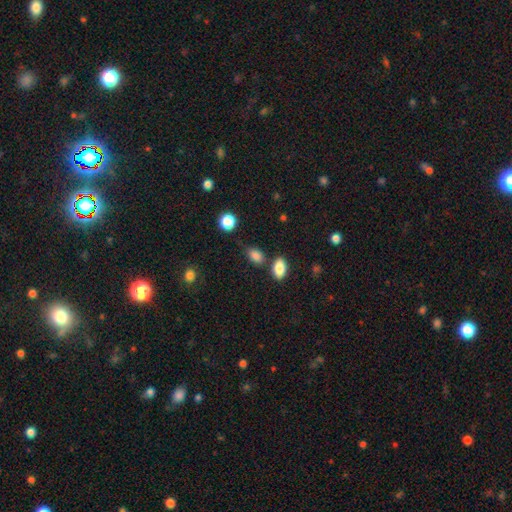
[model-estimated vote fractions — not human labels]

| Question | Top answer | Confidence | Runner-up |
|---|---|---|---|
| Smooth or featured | smooth | 85% | star or artifact (10%) |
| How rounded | in between | 80% | round (17%) |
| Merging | none | 70% | minor disturbance (15%) |